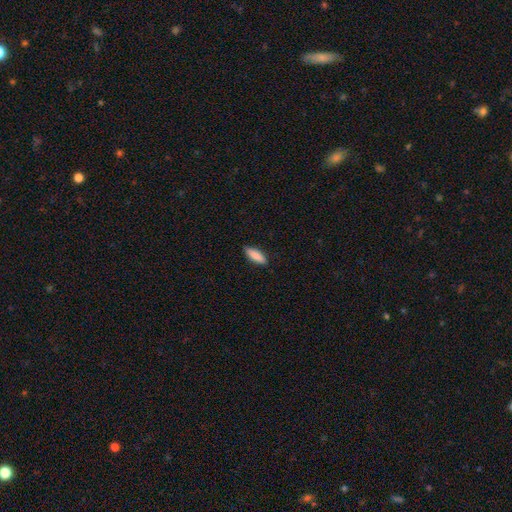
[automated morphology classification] Smooth or featured? smooth (88%)
How rounded? in between (63%)
Merging? none (87%)